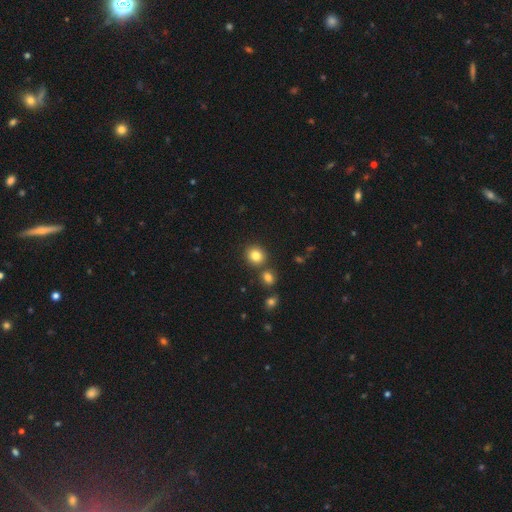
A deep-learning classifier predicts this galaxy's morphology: Smooth or featured?
  - smooth: 82% *
  - star or artifact: 11%
  - featured or disk: 6%
How rounded?
  - round: 83% *
  - in between: 16%
  - cigar-shaped: 1%
Merging?
  - none: 78% *
  - merger: 12%
  - minor disturbance: 8%
  - major disturbance: 3%